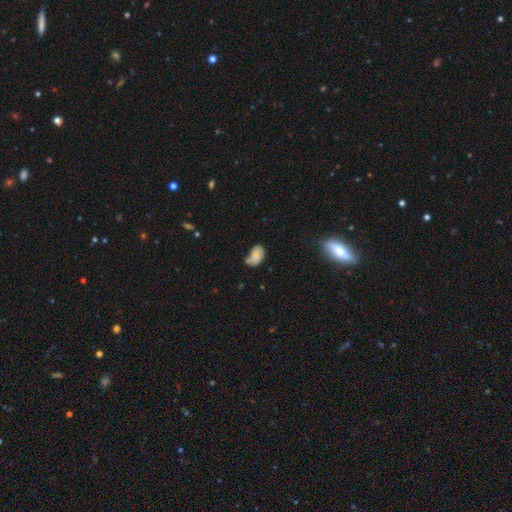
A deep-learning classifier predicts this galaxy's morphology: The model was most divided on "merging": none: 46%, minor disturbance: 30%, merger: 15%, major disturbance: 9%. More confident: how rounded — in between (87%); smooth or featured — smooth (80%).